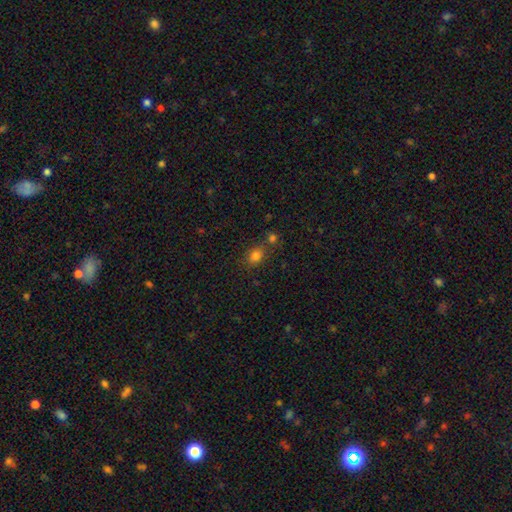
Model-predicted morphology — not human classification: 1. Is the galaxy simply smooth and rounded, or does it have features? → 78% smooth, 15% star or artifact, 8% featured or disk.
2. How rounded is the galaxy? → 60% in between, 39% round, 2% cigar-shaped.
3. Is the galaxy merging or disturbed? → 65% none, 18% merger, 13% minor disturbance, 4% major disturbance.